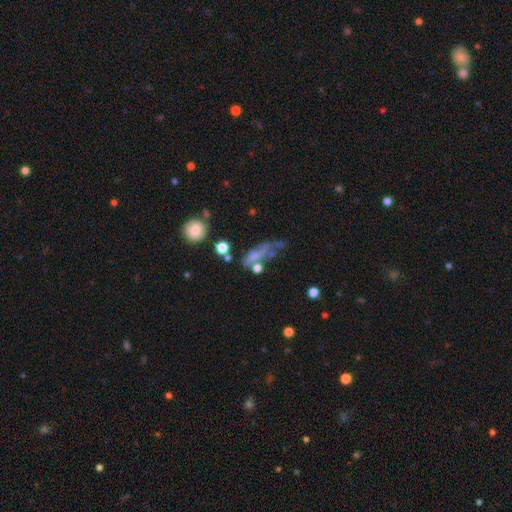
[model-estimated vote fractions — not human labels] smooth_or_featured: smooth (p=0.49) [alt: featured or disk p=0.36]
merging: none (p=0.31) [alt: major disturbance p=0.27]